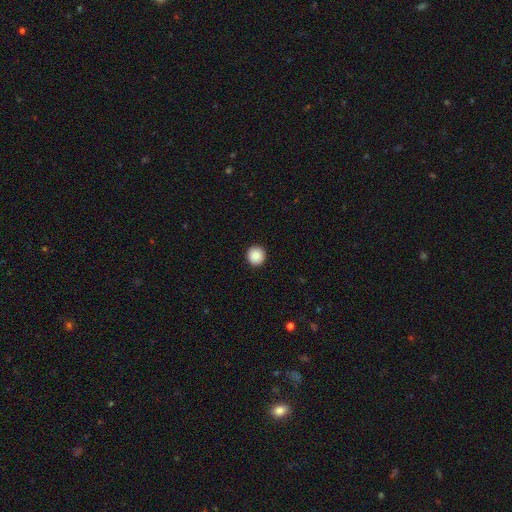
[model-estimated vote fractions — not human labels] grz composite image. It shows a smooth galaxy with no disk features (89%) that is round (95%). Merging: none (93%).